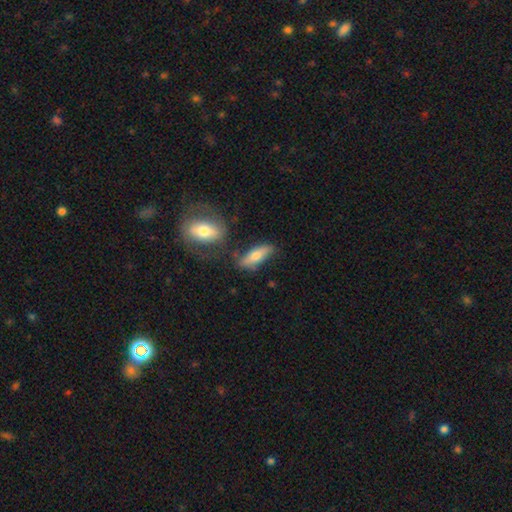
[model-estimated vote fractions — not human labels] This is likely a smooth galaxy (63%). How rounded: possibly in between (52%). Merging: likely none (67%).